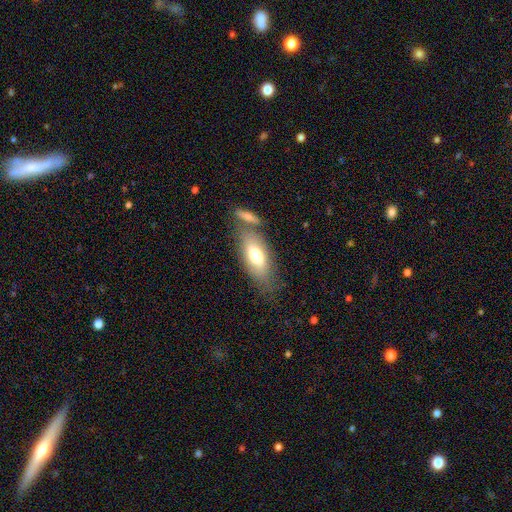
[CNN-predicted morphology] A smooth galaxy with no disk features (69%) that is in between round and cigar-shaped (80%).

Vote fractions:
- Smooth or featured? smooth: 69% / featured or disk: 24% / star or artifact: 7%
- How rounded? in between: 80% / cigar-shaped: 16% / round: 4%
- Merging? none: 58% / merger: 21% / minor disturbance: 16% / major disturbance: 6%